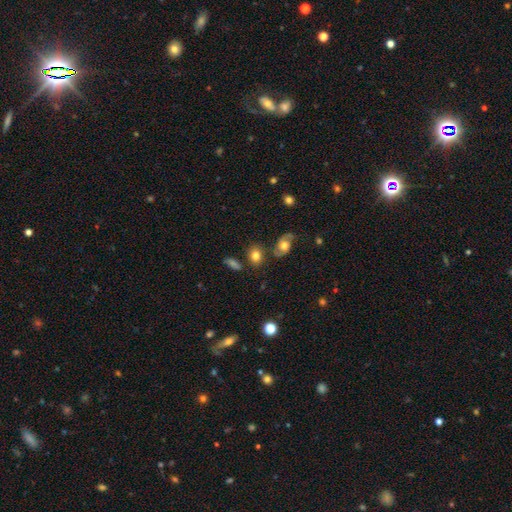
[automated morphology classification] Smooth or featured? smooth (76%)
How rounded? in between (57%)
Merging? none (72%)